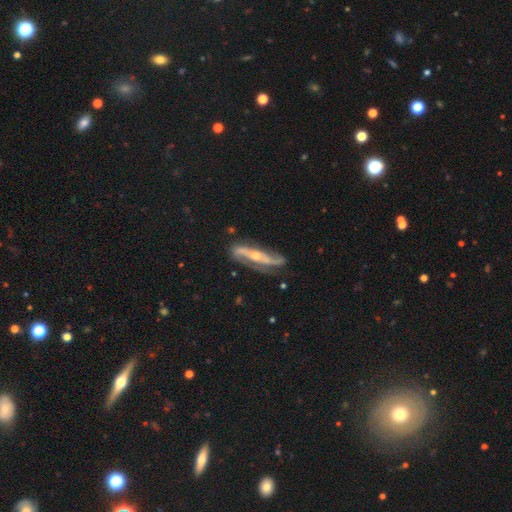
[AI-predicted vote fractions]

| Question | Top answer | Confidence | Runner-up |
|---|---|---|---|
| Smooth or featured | featured or disk | 66% | smooth (20%) |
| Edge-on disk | yes | 61% | no (39%) |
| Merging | none | 73% | minor disturbance (17%) |